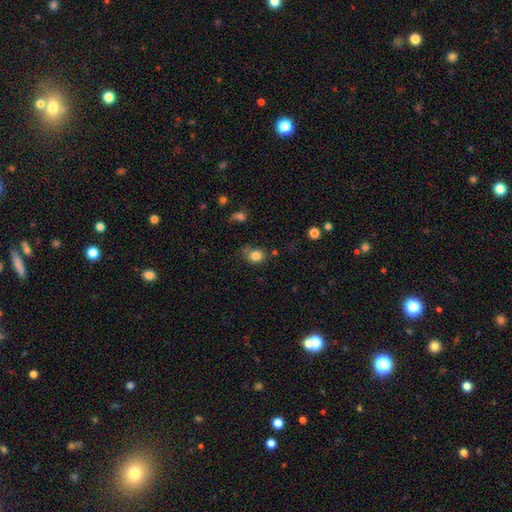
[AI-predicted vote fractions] Overall: smooth (82%). How rounded: round (60%; in between 39%). Merging: none (61%; minor disturbance 23%).